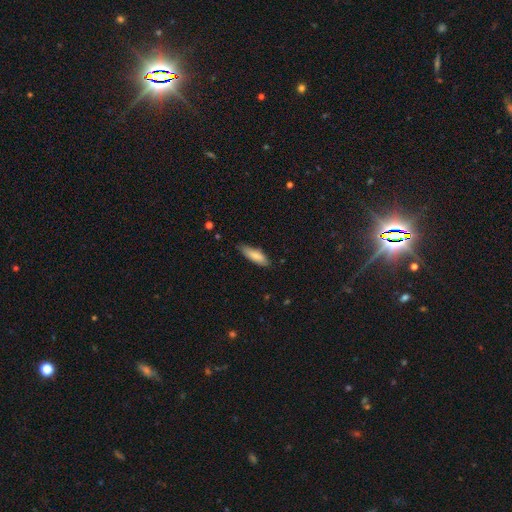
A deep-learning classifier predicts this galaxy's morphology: smooth-or-featured: smooth: 83% | featured or disk: 11% | star or artifact: 6%
  how-rounded: cigar-shaped: 49% (tied) | in between: 49% (tied) | round: 2%
  merging: none: 77% | minor disturbance: 19% | major disturbance: 3% | merger: 1%